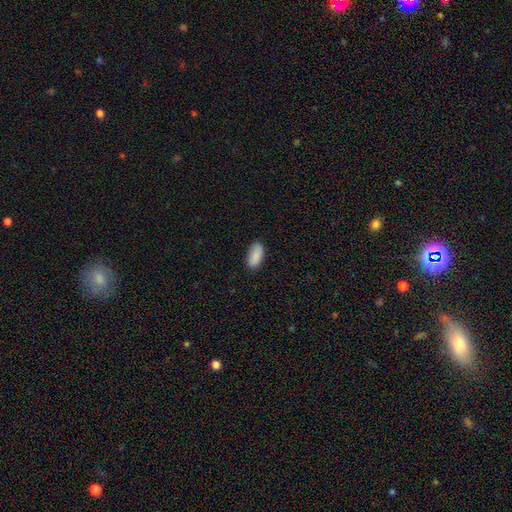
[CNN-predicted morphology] Overall: smooth (90%). How rounded: in between (92%). Merging: none (86%).